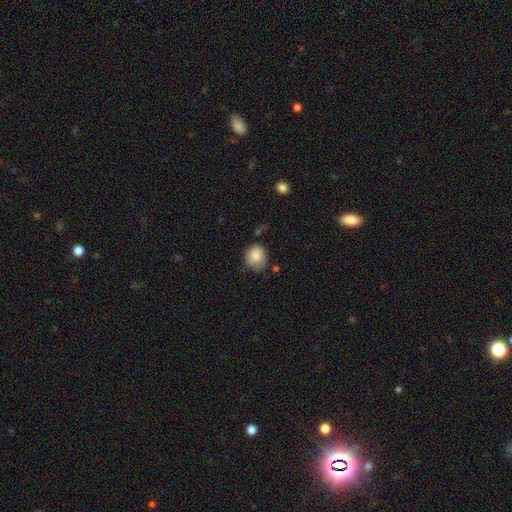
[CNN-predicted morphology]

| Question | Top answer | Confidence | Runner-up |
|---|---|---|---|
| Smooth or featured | smooth | 83% | featured or disk (9%) |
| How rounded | round | 76% | in between (23%) |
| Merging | none | 63% | minor disturbance (27%) |